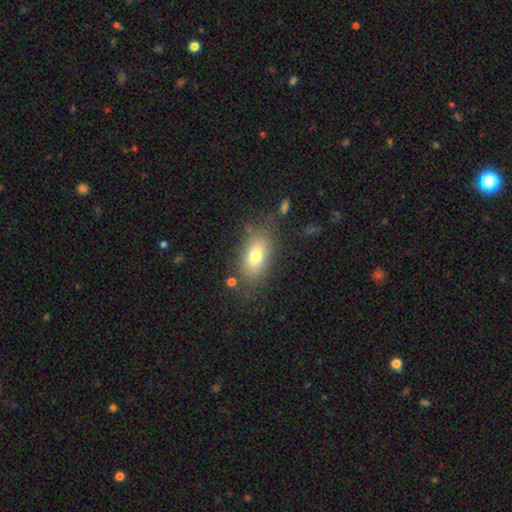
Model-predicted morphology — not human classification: A smooth galaxy with no disk features (75%) that is in between round and cigar-shaped (86%). Merging: none (75%).